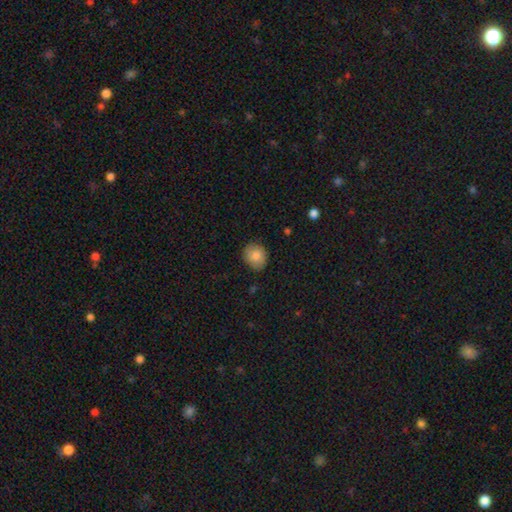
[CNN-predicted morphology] smooth_or_featured: smooth (p=0.84) [alt: featured or disk p=0.08]
how_rounded: round (p=0.68) [alt: in between p=0.31]
merging: none (p=0.84) [alt: minor disturbance p=0.12]